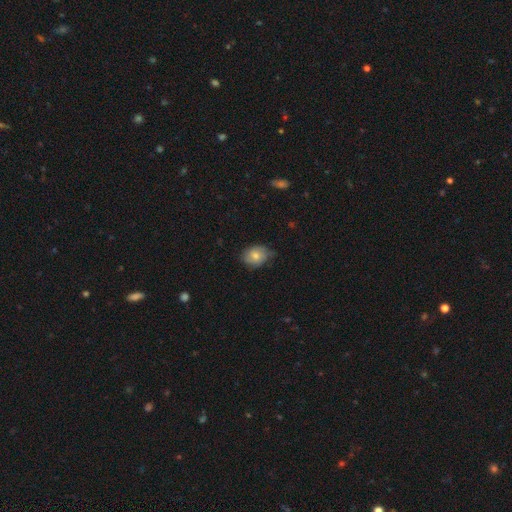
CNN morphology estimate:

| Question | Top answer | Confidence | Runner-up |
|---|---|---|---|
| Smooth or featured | smooth | 71% | featured or disk (22%) |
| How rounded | in between | 61% | round (38%) |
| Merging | none | 61% | minor disturbance (31%) |